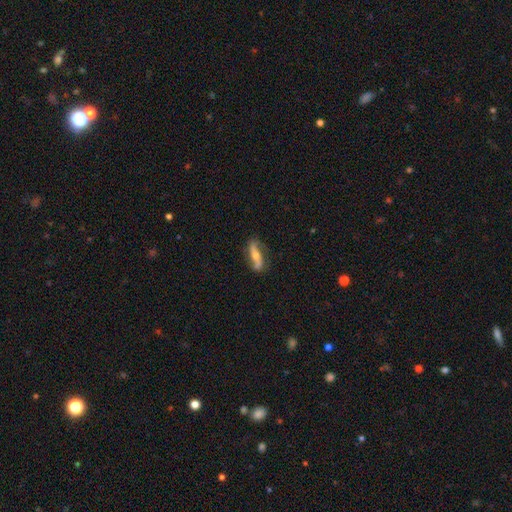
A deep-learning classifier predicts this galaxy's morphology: Smooth or featured?
  - featured or disk: 70% *
  - smooth: 24%
  - star or artifact: 6%
Edge-on disk?
  - no: 71% *
  - yes: 29%
Merging?
  - none: 77% *
  - minor disturbance: 16%
  - major disturbance: 5%
  - merger: 2%